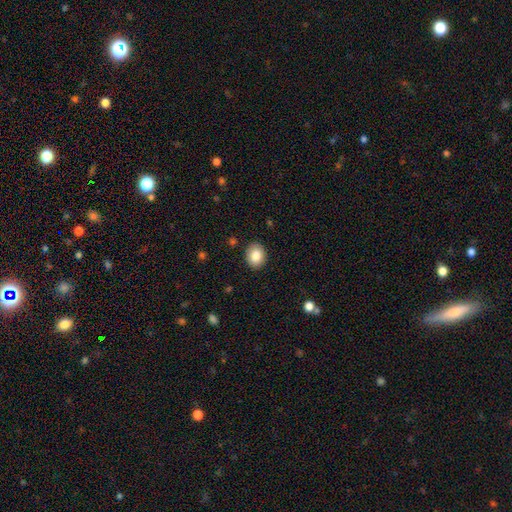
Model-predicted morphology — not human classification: Smooth or featured? smooth (84%)
How rounded? in between (55%)
Merging? none (89%)